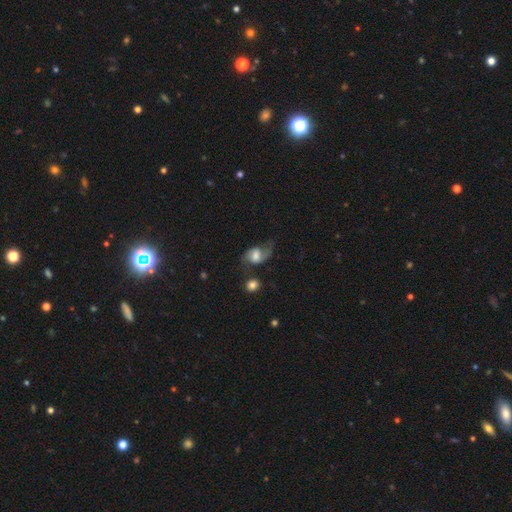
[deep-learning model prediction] This is likely a featured or disk galaxy (70%). It is clearly not viewed edge-on (96%). Bar: possibly weak (50%). Spiral arm pattern: clearly yes (92%). Spiral arm count: clearly 2 (87%). Spiral winding: possibly loose (59%). Central bulge: possibly moderate (48%). Merging: possibly none (56%).